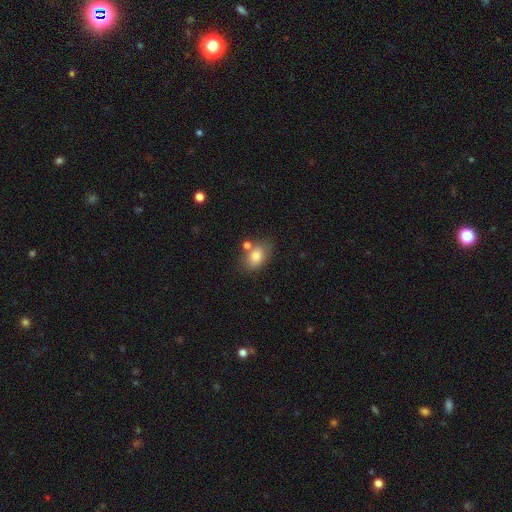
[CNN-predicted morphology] The model was most divided on "merging": none: 65%, merger: 16%, minor disturbance: 15%, major disturbance: 4%. More confident: smooth or featured — smooth (80%); how rounded — in between (78%).